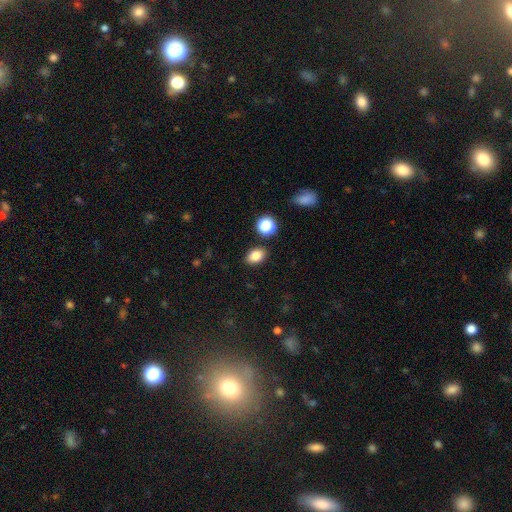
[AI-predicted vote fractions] Smooth or featured: smooth — 84% (star or artifact — 10%)
How rounded: in between — 79% (round — 20%)
Merging: none — 85% (minor disturbance — 9%)